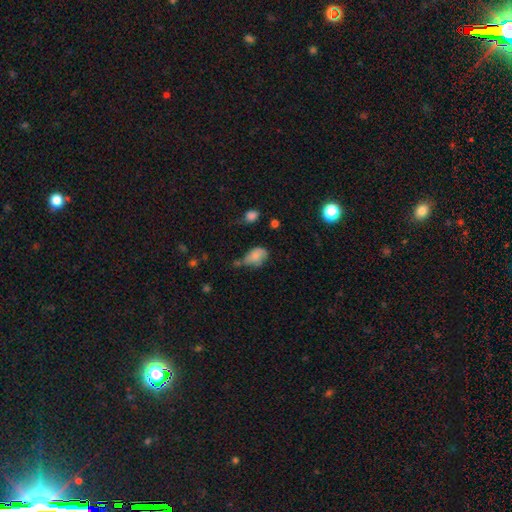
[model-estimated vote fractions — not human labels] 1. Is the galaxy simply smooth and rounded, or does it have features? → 76% smooth, 14% featured or disk, 9% star or artifact.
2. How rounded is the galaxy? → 82% in between, 16% round, 2% cigar-shaped.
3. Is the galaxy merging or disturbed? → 40% minor disturbance, 33% none, 18% major disturbance, 10% merger.